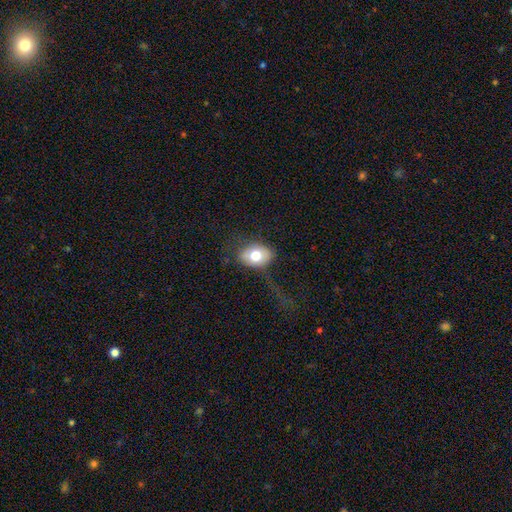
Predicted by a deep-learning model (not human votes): smooth-or-featured: smooth: 69% | featured or disk: 23% | star or artifact: 8%
  how-rounded: in between: 72% | round: 26% | cigar-shaped: 2%
  merging: none: 58% | minor disturbance: 20% | major disturbance: 19% | merger: 2%